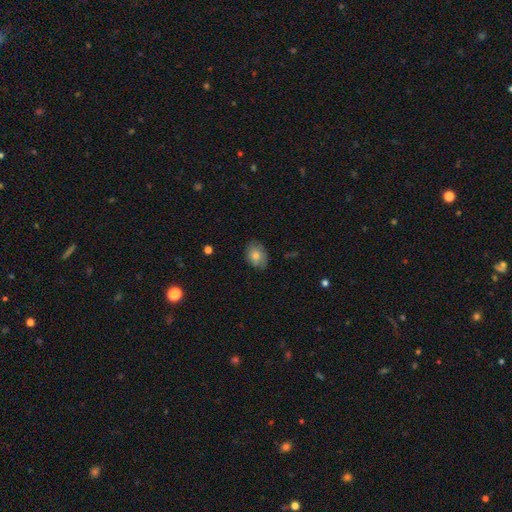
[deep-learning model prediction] Q: Smooth or featured?
A: smooth (77%); runner-up: featured or disk (15%)
Q: How rounded?
A: in between (72%); runner-up: round (27%)
Q: Merging?
A: none (80%); runner-up: minor disturbance (16%)